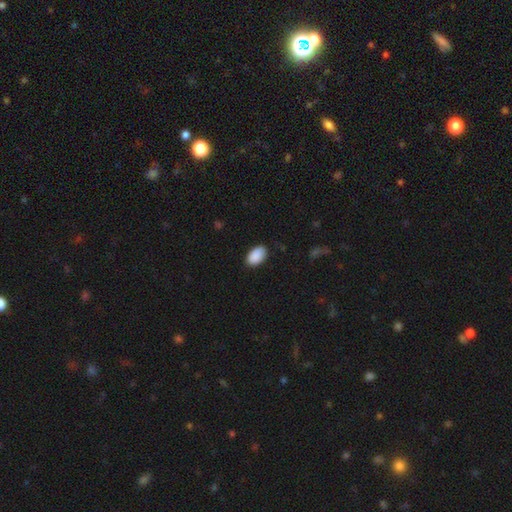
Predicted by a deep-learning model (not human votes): Q: Smooth or featured?
A: smooth (91%); runner-up: star or artifact (6%)
Q: How rounded?
A: in between (94%); runner-up: round (5%)
Q: Merging?
A: none (86%); runner-up: minor disturbance (11%)